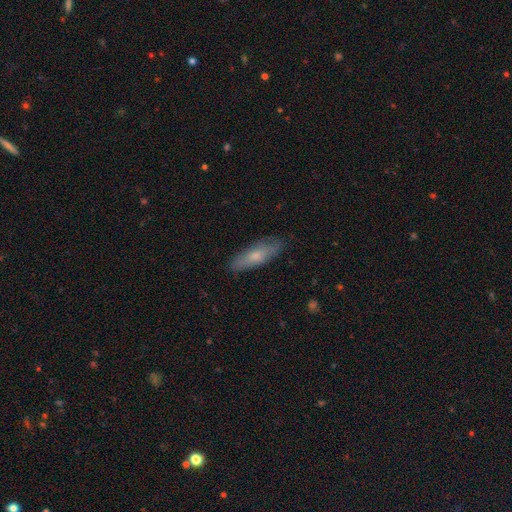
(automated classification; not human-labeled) A smooth galaxy with no disk features (67%) that is cigar-shaped (58%). Merging: none (85%).